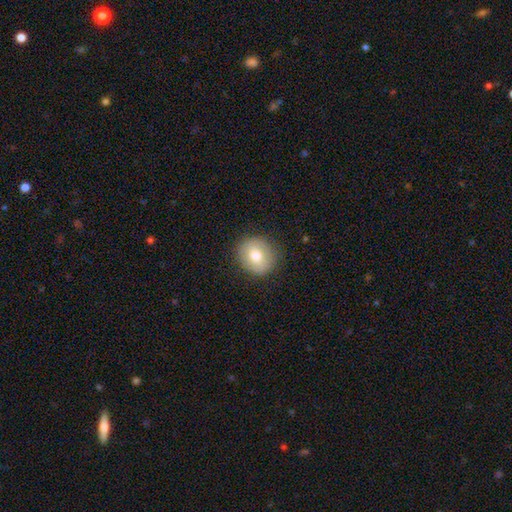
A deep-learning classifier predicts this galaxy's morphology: A smooth galaxy with no disk features (74%) that is round (83%). Merging: none (87%).